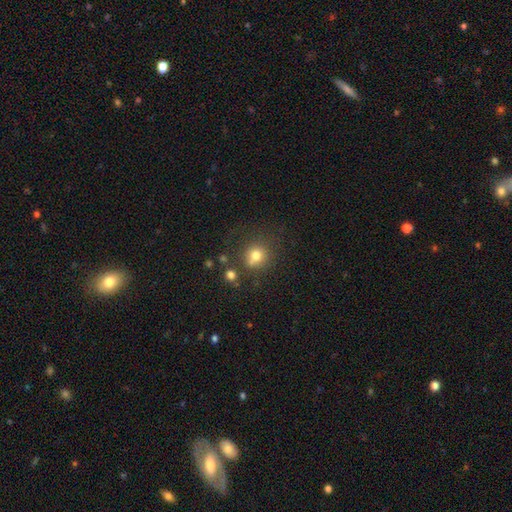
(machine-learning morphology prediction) Overall: smooth (75%). How rounded: round (84%). Merging: none (64%).